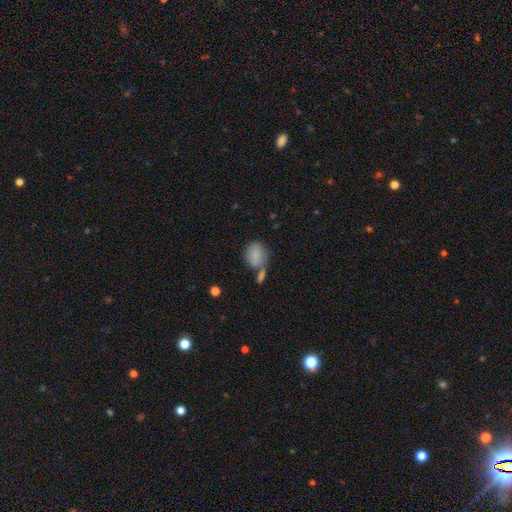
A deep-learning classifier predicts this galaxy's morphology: Smooth or featured? Predicted: smooth (p=0.84). How rounded? Predicted: round (p=0.49, tied with in between). Merging? Predicted: none (p=0.49).